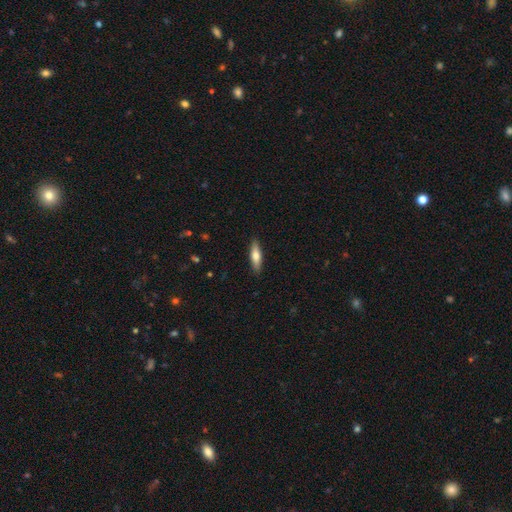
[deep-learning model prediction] A smooth galaxy with no disk features (67%) that is cigar-shaped (66%). Merging: none (89%).